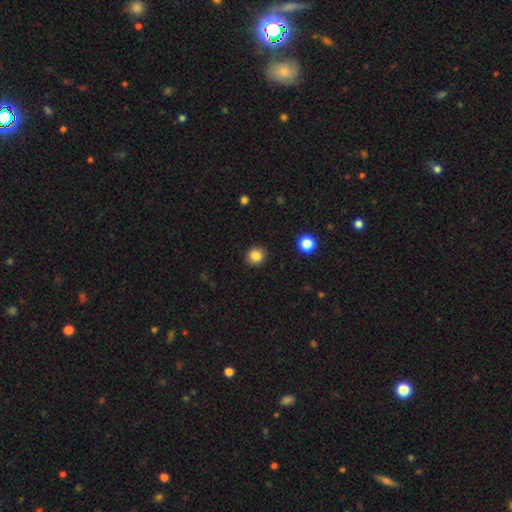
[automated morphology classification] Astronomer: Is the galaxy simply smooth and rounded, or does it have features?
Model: smooth — 85%.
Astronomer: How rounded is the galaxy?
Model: round — 89%.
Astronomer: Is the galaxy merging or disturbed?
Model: none — 90%.